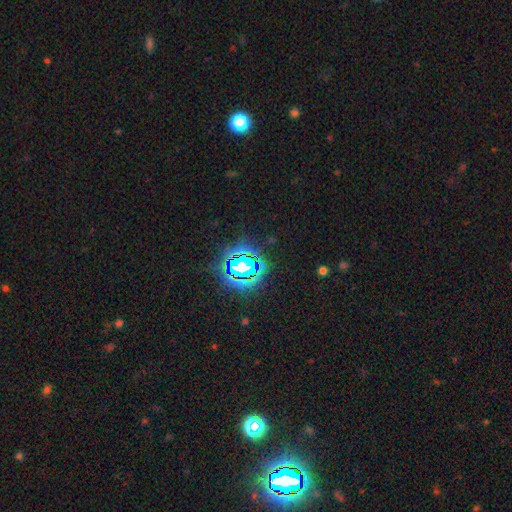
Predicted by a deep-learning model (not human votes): This is likely a star or artifact rather than a galaxy (79%).